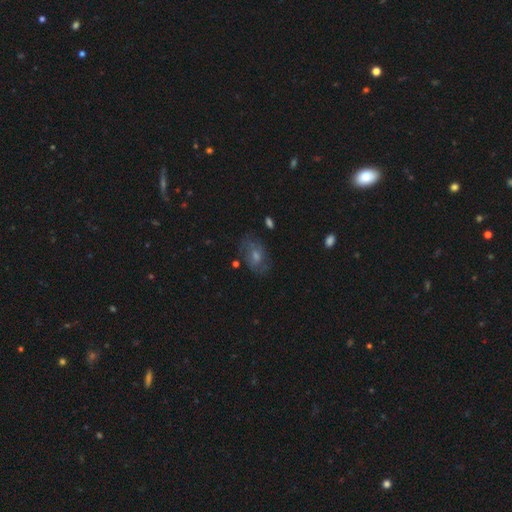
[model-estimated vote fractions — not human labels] This is possibly a featured or disk galaxy (47%). Merging: likely none (74%).